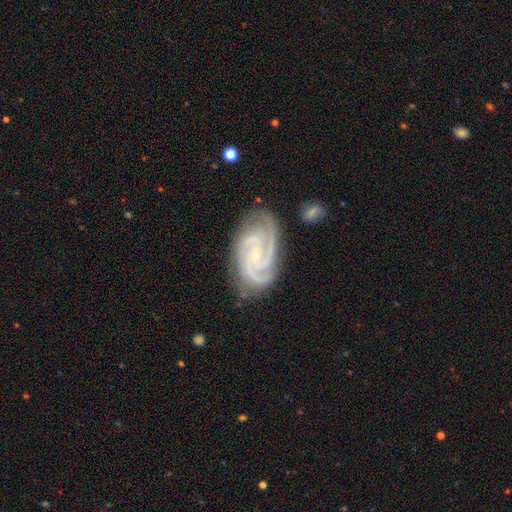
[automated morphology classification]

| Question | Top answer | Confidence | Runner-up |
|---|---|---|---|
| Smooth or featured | featured or disk | 91% | star or artifact (5%) |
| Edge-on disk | no | 97% | yes (3%) |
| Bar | no | 57% | weak (33%) |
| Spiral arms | yes | 99% | no (1%) |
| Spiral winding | tight | 61% | medium (35%) |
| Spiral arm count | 3 | 45% | 2 (29%) |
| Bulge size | small | 80% | moderate (15%) |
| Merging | none | 73% | minor disturbance (19%) |